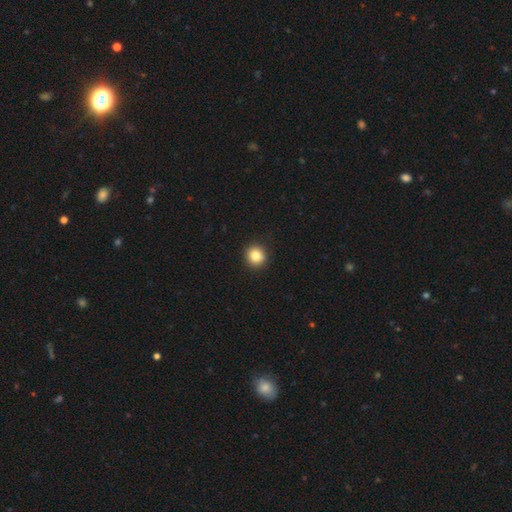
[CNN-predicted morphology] This appears to be a smooth galaxy with no disk features (84%) that is round (91%). Merging: none (92%).